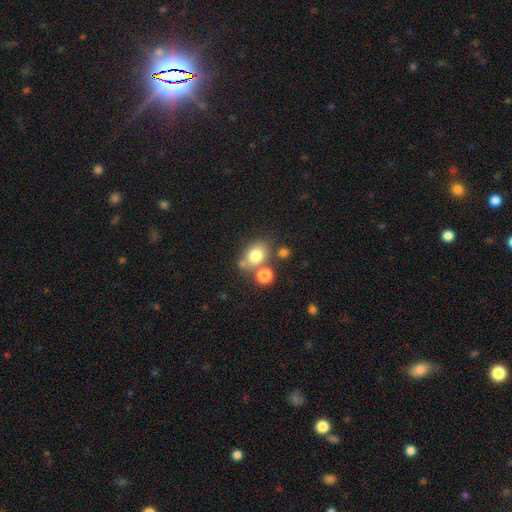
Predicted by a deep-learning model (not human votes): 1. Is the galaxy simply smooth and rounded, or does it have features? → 77% smooth, 12% star or artifact, 11% featured or disk.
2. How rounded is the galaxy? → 53% in between, 46% round, 1% cigar-shaped.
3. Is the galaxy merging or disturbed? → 59% none, 22% merger, 14% minor disturbance, 5% major disturbance.